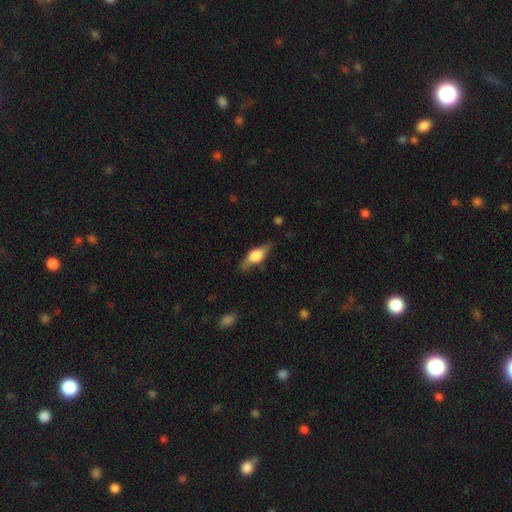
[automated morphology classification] smooth-or-featured: featured or disk: 51% | smooth: 43% | star or artifact: 7%
  disk-edge-on: yes: 89% | no: 11%
  merging: none: 74% | minor disturbance: 18% | major disturbance: 6% | merger: 2%